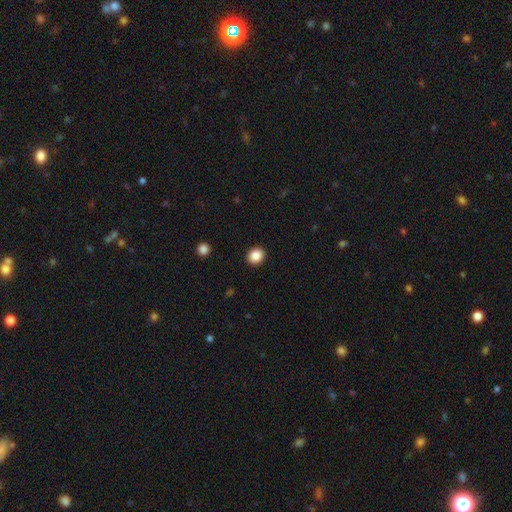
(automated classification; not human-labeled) Smooth or featured? smooth (87%)
How rounded? round (72%)
Merging? none (91%)